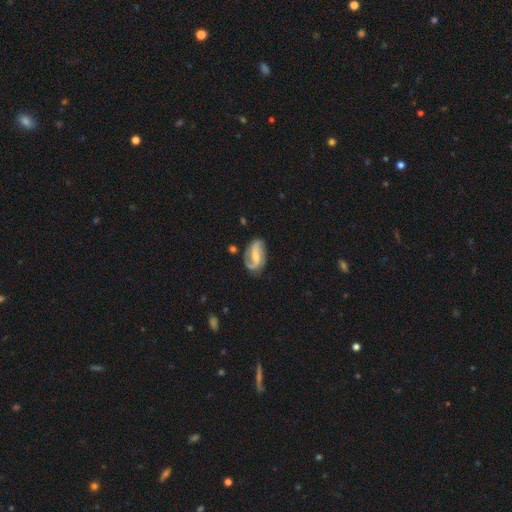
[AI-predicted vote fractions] This appears to be a featured or disk galaxy (82%) with a weak bar (44%), 2 (82%) loose (42%, tied with medium) spiral arms (95%) and a small central bulge (49%). Merging: none (66%).